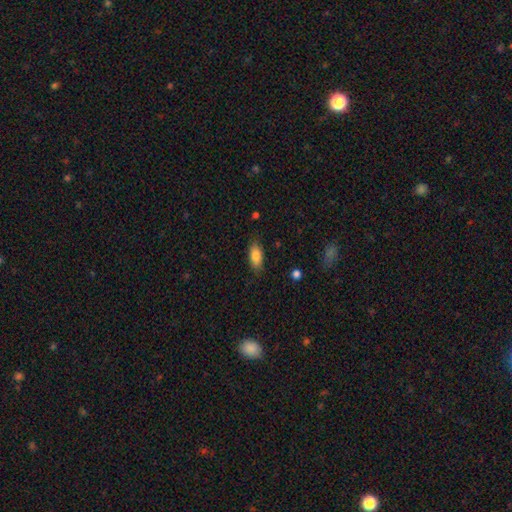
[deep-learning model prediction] This appears to be a smooth galaxy with no disk features (82%) that is in between round and cigar-shaped (85%). Merging: none (83%).